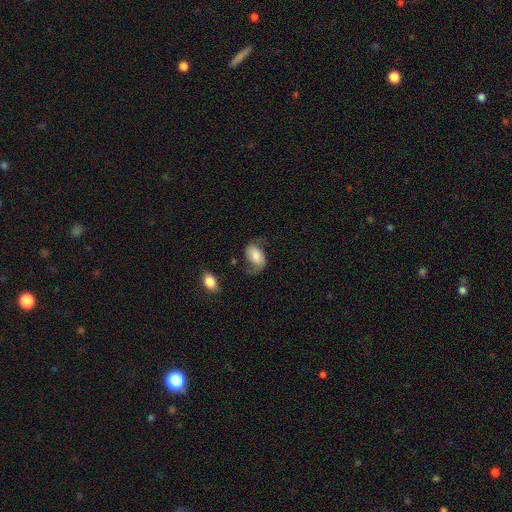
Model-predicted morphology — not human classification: type=smooth (46%, tied with featured or disk); merging=none (47%).